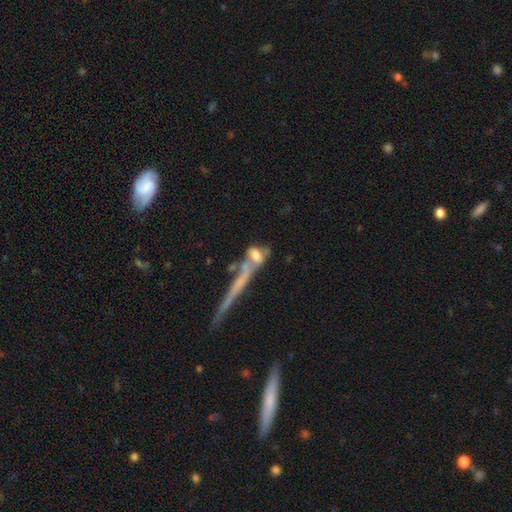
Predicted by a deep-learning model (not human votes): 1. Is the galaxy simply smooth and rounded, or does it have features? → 55% smooth, 33% featured or disk, 12% star or artifact.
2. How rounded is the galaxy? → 55% in between, 31% cigar-shaped, 14% round.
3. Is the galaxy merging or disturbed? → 43% merger, 28% none, 15% major disturbance, 13% minor disturbance.